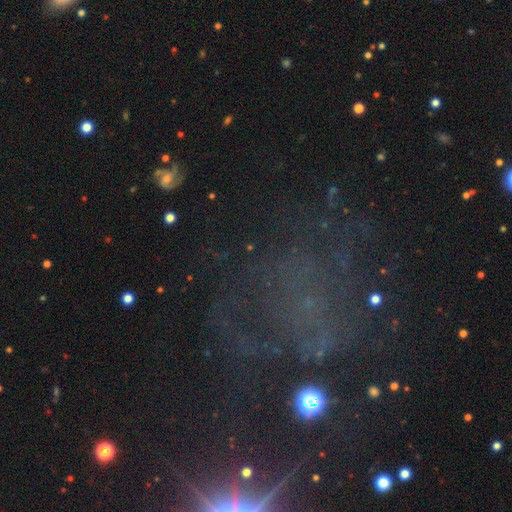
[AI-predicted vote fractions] Smooth or featured?
  - star or artifact: 54% *
  - featured or disk: 27%
  - smooth: 19%